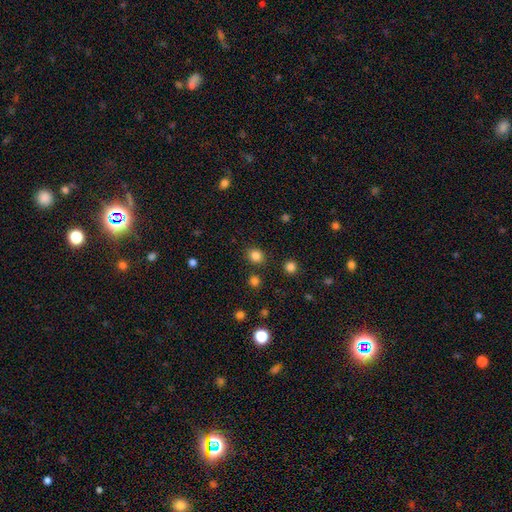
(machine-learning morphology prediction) Q: Smooth or featured?
A: smooth (83%); runner-up: star or artifact (13%)
Q: How rounded?
A: round (79%); runner-up: in between (20%)
Q: Merging?
A: none (86%); runner-up: minor disturbance (7%)